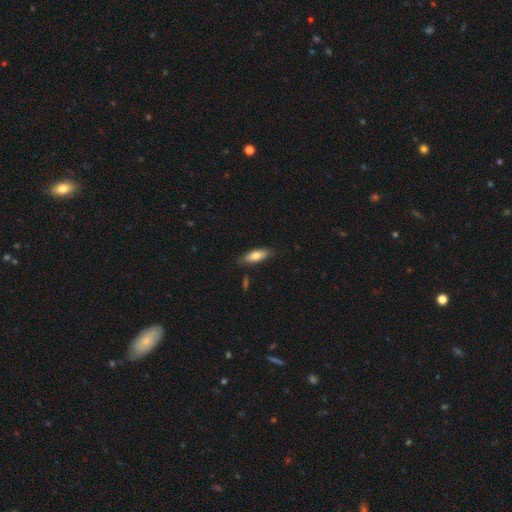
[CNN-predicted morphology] This appears to be a smooth galaxy with no disk features (75%) that is in between round and cigar-shaped (69%). Merging: none (80%).